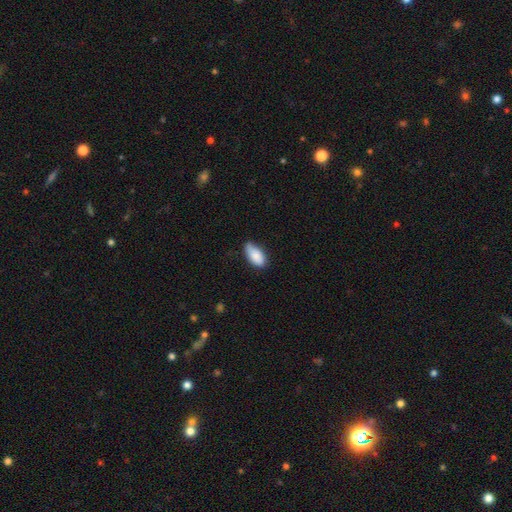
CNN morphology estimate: Smooth or featured? Predicted: smooth (p=0.86). How rounded? Predicted: in between (p=0.92). Merging? Predicted: none (p=0.59).